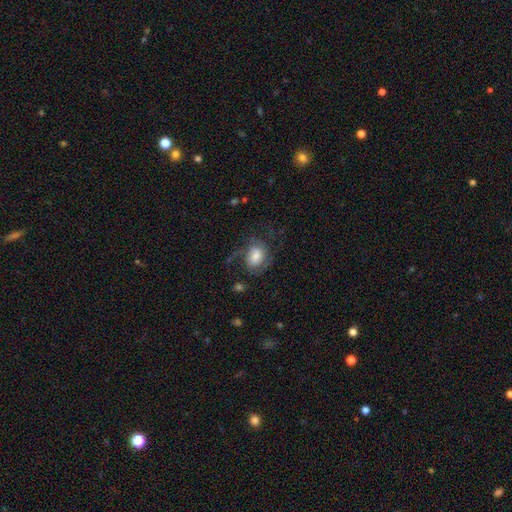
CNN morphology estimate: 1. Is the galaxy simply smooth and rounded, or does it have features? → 63% featured or disk, 29% smooth, 8% star or artifact.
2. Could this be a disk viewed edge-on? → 97% no, 3% yes.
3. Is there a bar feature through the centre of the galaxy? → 57% no, 34% weak, 8% strong.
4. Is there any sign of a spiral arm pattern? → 89% yes, 11% no.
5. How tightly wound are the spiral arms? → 46% medium, 33% loose, 21% tight.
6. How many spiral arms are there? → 60% 2, 14% can't tell, 11% 3, 9% 1, 3% 4, 3% more than 4.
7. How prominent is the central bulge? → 40% moderate, 32% large, 17% small, 6% dominant, 5% none.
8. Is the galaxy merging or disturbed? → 52% none, 26% major disturbance, 20% minor disturbance, 2% merger.